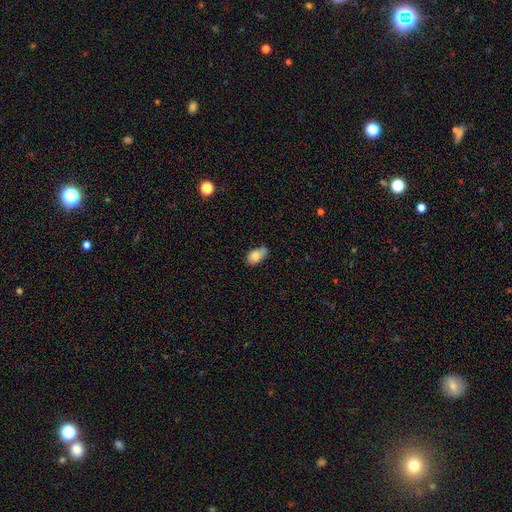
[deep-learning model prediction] This appears to be a smooth galaxy with no disk features (81%) that is in between round and cigar-shaped (91%). Merging: none (58%).